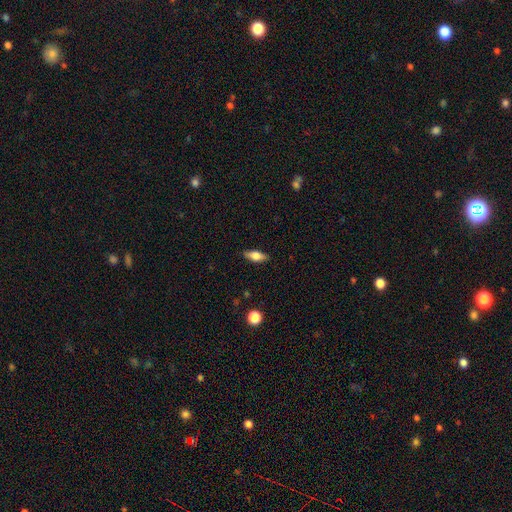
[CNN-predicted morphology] Smooth or featured? Predicted: smooth (p=0.66). How rounded? Predicted: in between (p=0.71). Merging? Predicted: none (p=0.87).